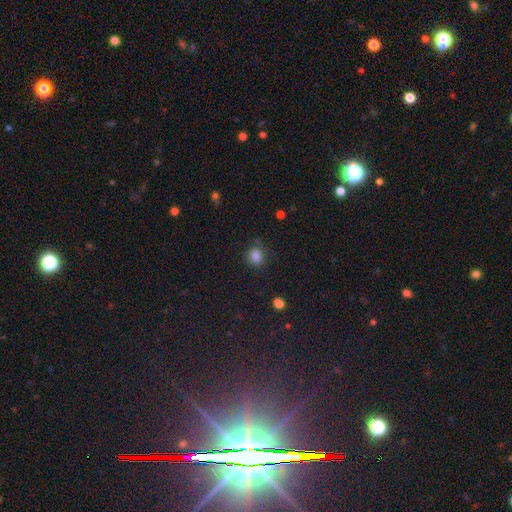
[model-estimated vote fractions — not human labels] This is clearly a smooth galaxy (84%). How rounded: likely round (72%). Merging: likely none (75%).